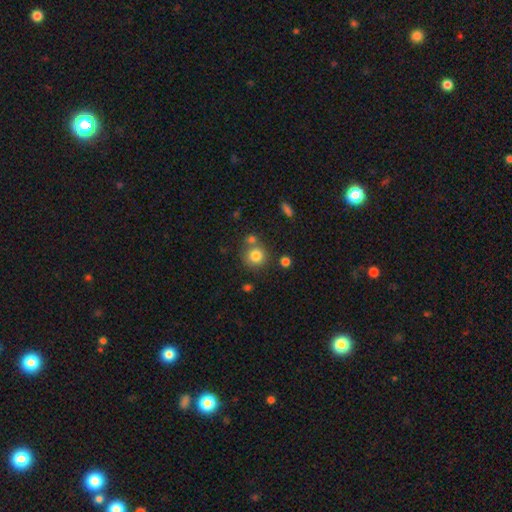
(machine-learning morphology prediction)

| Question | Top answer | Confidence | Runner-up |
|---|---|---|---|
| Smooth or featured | smooth | 81% | star or artifact (11%) |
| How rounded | round | 90% | in between (9%) |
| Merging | none | 66% | merger (20%) |